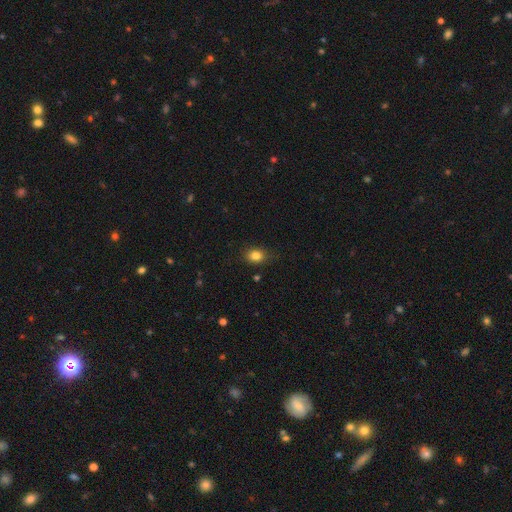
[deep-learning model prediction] smooth 82%, star or artifact 11%, featured or disk 6%. Down the decision tree: how rounded — in between (53%); merging — none (81%).